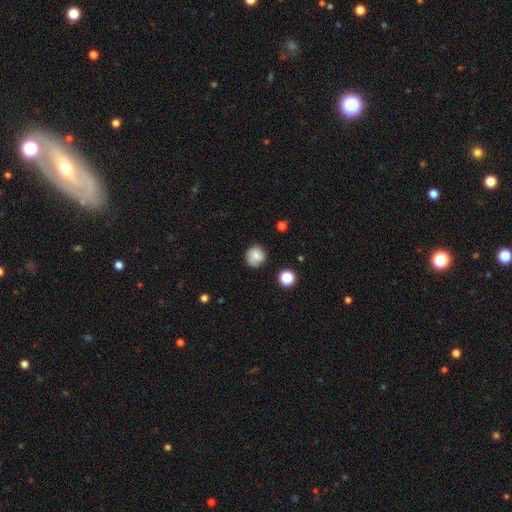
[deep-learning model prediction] A smooth galaxy with no disk features (76%) that is round (88%).

Vote fractions:
- Smooth or featured? smooth: 76% / featured or disk: 14% / star or artifact: 10%
- How rounded? round: 88% / in between: 11% / cigar-shaped: 1%
- Merging? none: 74% / minor disturbance: 19% / major disturbance: 5% / merger: 2%